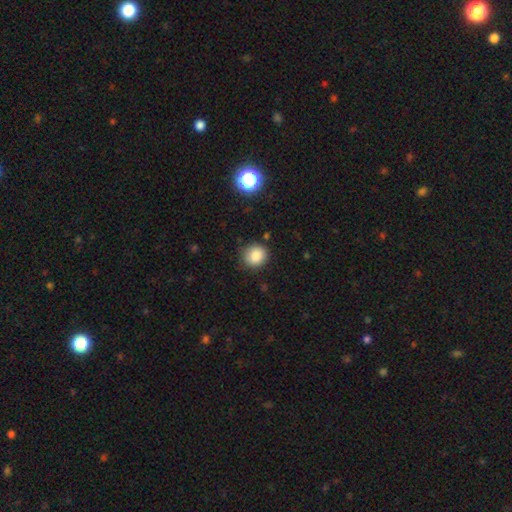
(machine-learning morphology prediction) This is clearly a smooth galaxy (85%). How rounded: clearly round (86%). Merging: clearly none (84%).